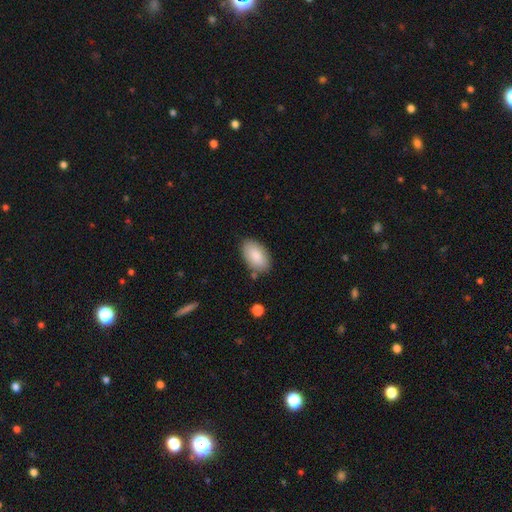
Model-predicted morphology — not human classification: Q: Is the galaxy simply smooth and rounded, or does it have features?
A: smooth — 86%.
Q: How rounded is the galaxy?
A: in between — 95%.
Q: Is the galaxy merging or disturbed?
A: none — 81%.